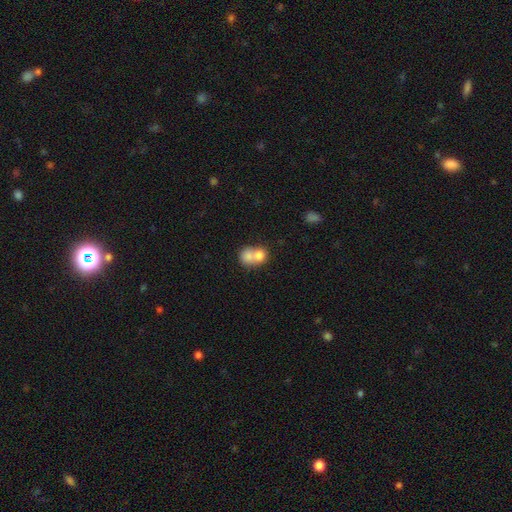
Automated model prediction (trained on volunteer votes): A smooth galaxy with no disk features (75%) that is round (62%). Merging: merger (71%).